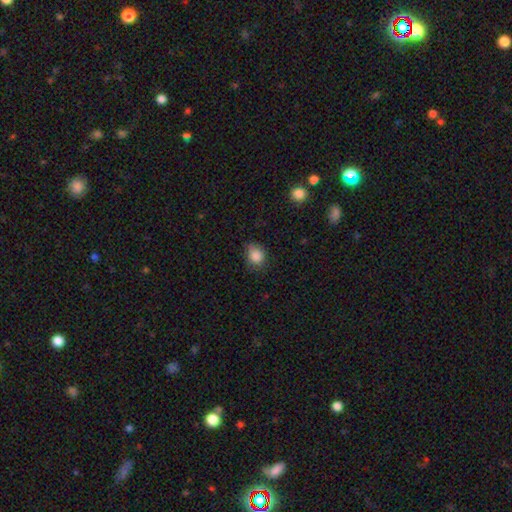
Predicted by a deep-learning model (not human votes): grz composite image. It shows a smooth galaxy with no disk features (86%) that is round (65%). Merging: none (69%).